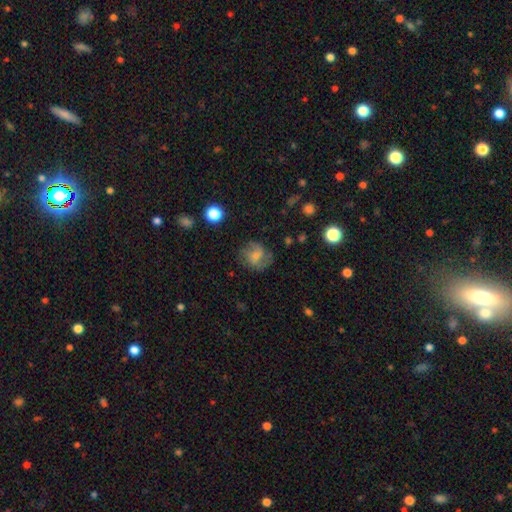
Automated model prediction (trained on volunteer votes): Smooth or featured? smooth (50%)
Merging? none (61%)